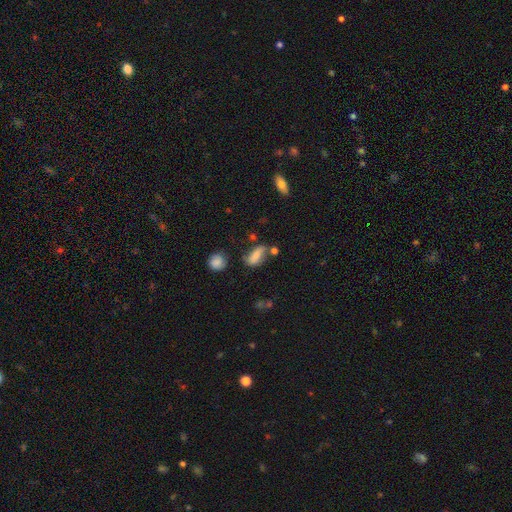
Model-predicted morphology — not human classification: Smooth or featured: smooth — 68% (featured or disk — 20%)
How rounded: in between — 76% (cigar-shaped — 17%)
Merging: none — 44% (minor disturbance — 27%)